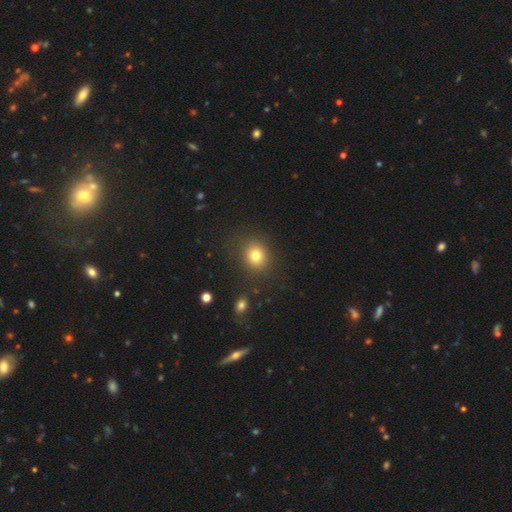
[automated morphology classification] Q: Smooth or featured?
A: smooth (79%); runner-up: star or artifact (13%)
Q: How rounded?
A: round (73%); runner-up: in between (26%)
Q: Merging?
A: none (84%); runner-up: minor disturbance (10%)